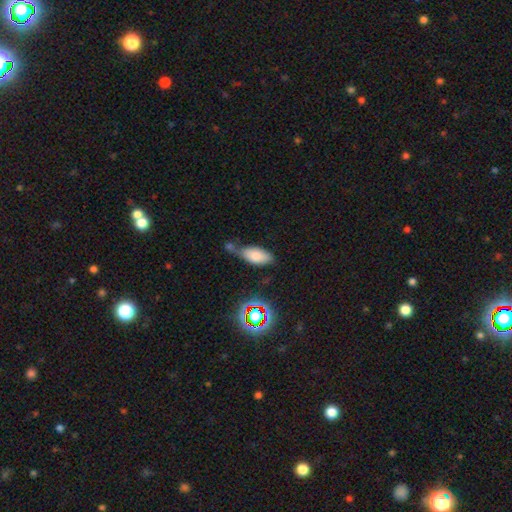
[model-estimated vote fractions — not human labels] Morphology: type=smooth (75%); roundness=in between (89%); merging=none (43%).